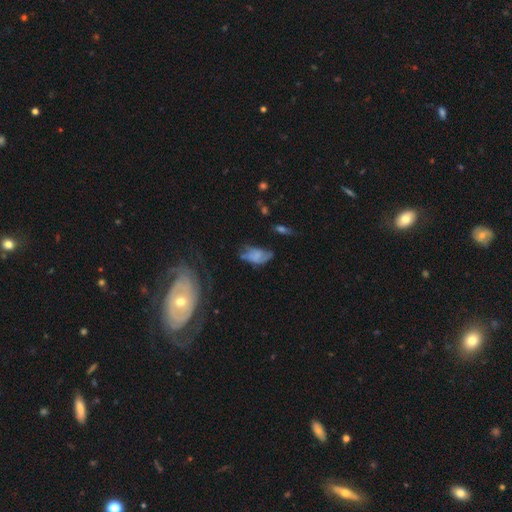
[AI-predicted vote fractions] Smooth or featured? Predicted: smooth (p=0.52). How rounded? Predicted: in between (p=0.89). Merging? Predicted: none (p=0.37).